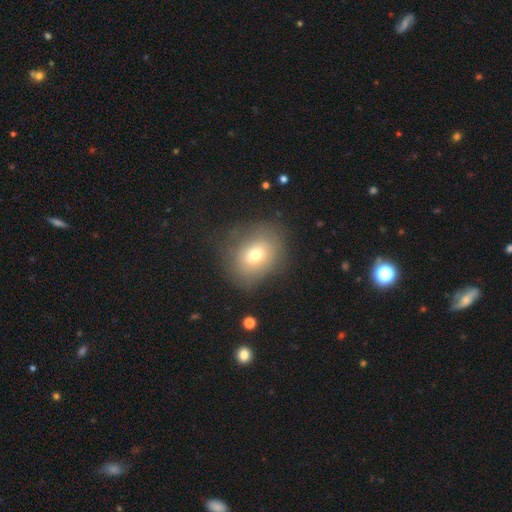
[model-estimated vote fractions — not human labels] Smooth or featured? Predicted: smooth (p=0.70). How rounded? Predicted: round (p=0.53). Merging? Predicted: none (p=0.70).